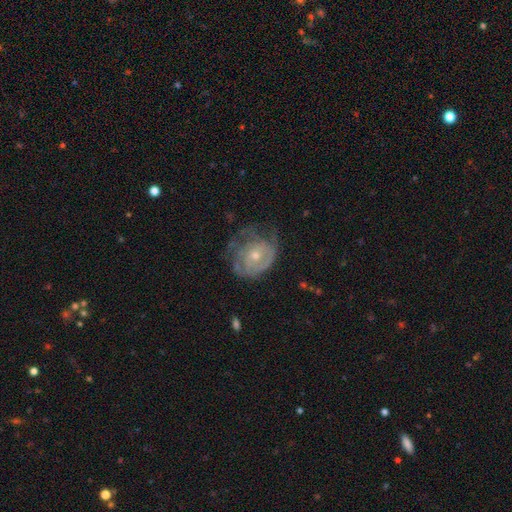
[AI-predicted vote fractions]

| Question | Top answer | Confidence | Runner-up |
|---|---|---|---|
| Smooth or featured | featured or disk | 72% | smooth (22%) |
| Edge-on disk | no | 97% | yes (3%) |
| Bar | no | 79% | weak (18%) |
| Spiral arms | yes | 75% | no (25%) |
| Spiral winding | tight | 62% | medium (27%) |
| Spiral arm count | can't tell | 50% | 2 (20%) |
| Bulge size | moderate | 50% | small (45%) |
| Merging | none | 48% | minor disturbance (28%) |